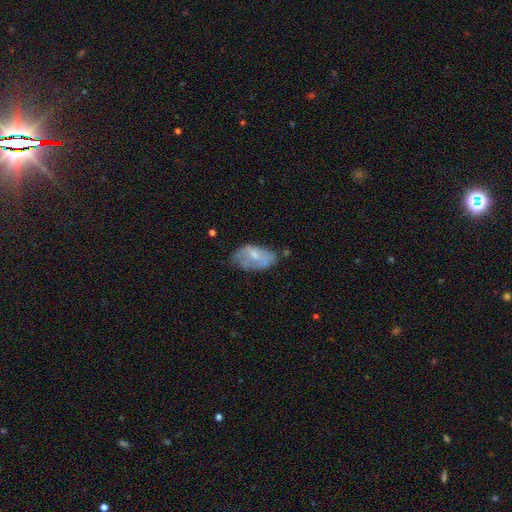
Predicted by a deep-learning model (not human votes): smooth_or_featured: smooth (p=0.49) [alt: featured or disk p=0.43]
merging: none (p=0.42) [alt: minor disturbance p=0.36]